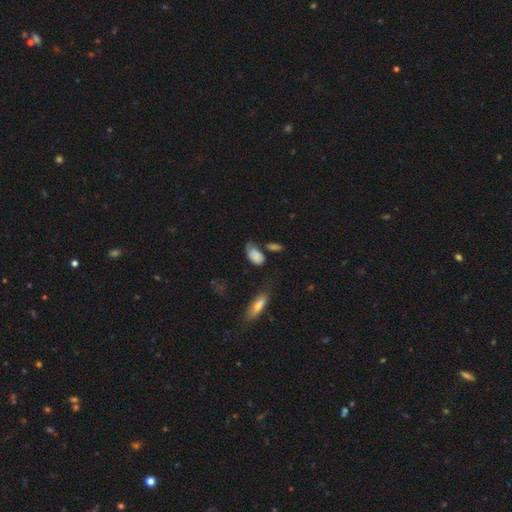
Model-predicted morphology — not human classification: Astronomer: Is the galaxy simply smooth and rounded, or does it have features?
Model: smooth — 78%.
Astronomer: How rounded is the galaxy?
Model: in between — 91%.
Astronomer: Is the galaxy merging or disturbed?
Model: none — 38% (runner-up: minor disturbance, 34%).